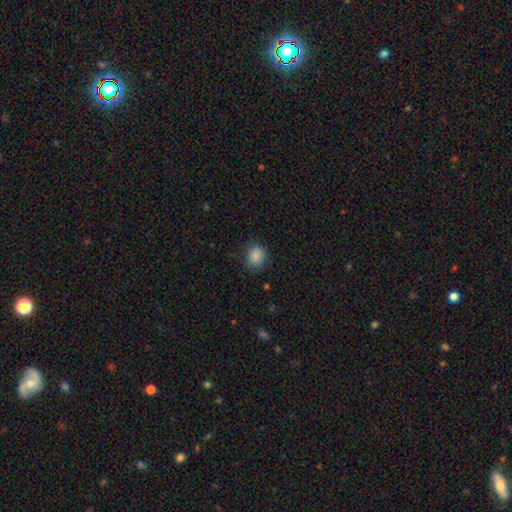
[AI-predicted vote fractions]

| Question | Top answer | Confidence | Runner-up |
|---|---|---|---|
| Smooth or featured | smooth | 86% | star or artifact (9%) |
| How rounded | round | 59% | in between (40%) |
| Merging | none | 77% | minor disturbance (17%) |